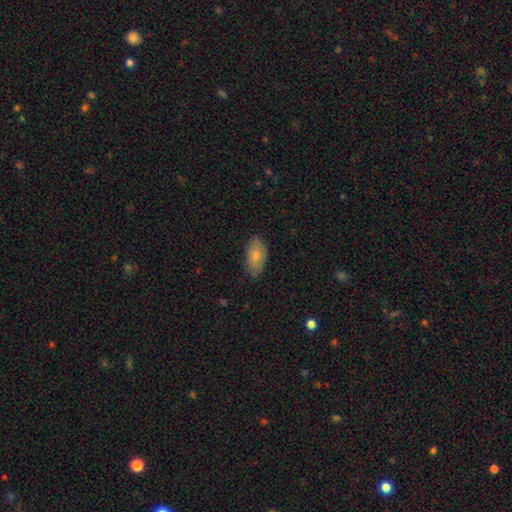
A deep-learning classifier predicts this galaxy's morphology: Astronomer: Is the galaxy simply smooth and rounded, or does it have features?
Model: smooth — 76%.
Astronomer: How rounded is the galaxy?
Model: in between — 93%.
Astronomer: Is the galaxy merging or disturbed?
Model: none — 78%.